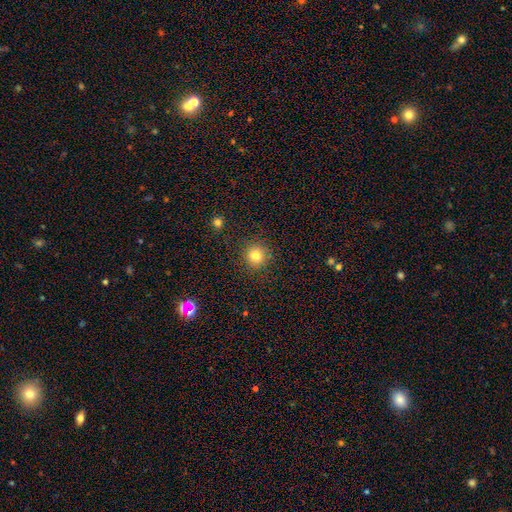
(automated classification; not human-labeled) This is clearly a smooth galaxy (81%). How rounded: clearly round (93%). Merging: clearly none (90%).